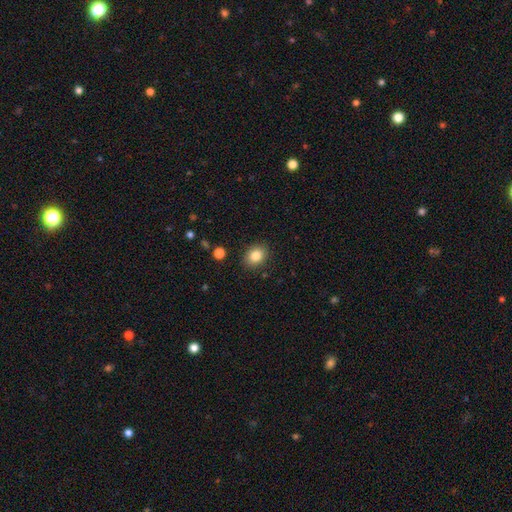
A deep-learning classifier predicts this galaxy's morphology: type=smooth (84%); roundness=in between (52%); merging=none (87%).